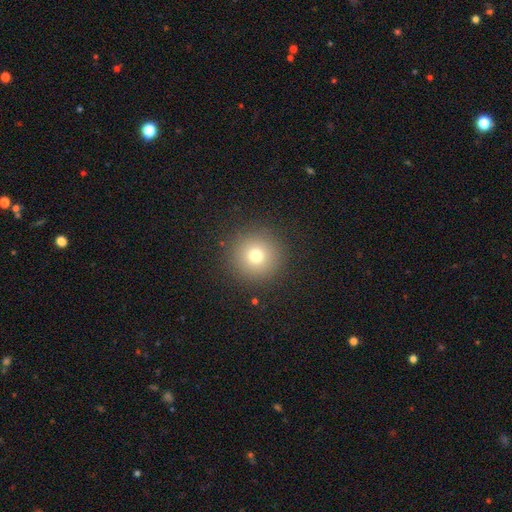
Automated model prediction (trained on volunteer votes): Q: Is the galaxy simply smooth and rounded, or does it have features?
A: smooth — 75%.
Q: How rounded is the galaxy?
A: round — 96%.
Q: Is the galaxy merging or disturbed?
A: none — 91%.